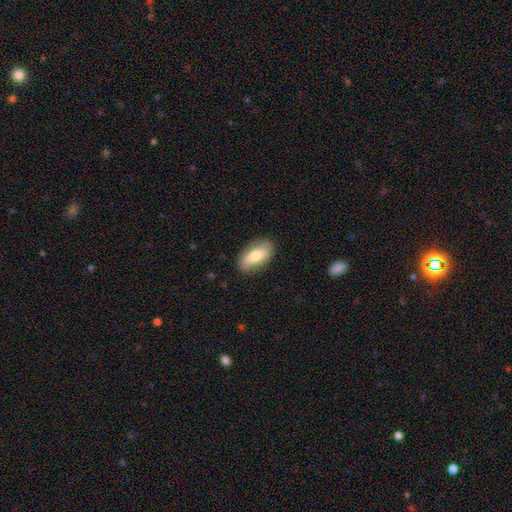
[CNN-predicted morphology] The model was most divided on "smooth or featured": smooth: 62%, featured or disk: 31%, star or artifact: 6%. More confident: how rounded — in between (90%); merging — none (82%).